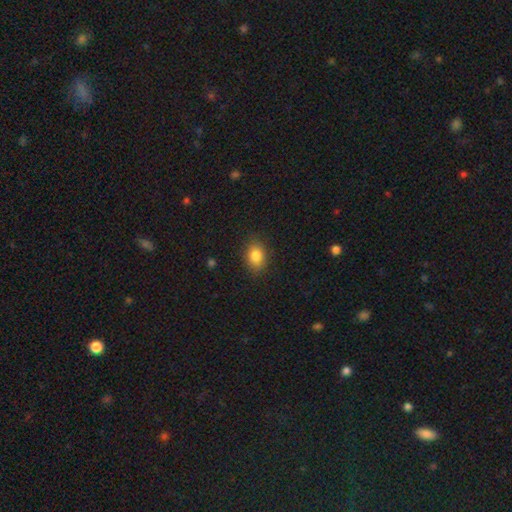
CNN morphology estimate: This is clearly a smooth galaxy (83%). How rounded: likely in between (70%). Merging: clearly none (85%).